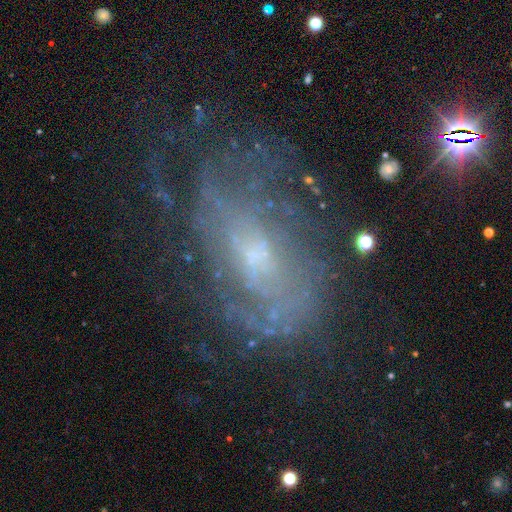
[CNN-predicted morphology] smooth-or-featured: featured or disk: 74% | smooth: 15% | star or artifact: 11%
  disk-edge-on: no: 94% | yes: 6%
    bar: no: 63% | weak: 31% | strong: 7%
    has-spiral-arms: yes: 73% | no: 27%
      spiral-winding: tight: 46% | medium: 35% | loose: 19%
      spiral-arm-count: can't tell: 55% | 2: 21% | 3: 8% | 1: 6% | 4: 6% | more than 4: 4%
    bulge-size: small: 62% | moderate: 30% | none: 5% | large: 2% | dominant: 1%
  merging: none: 59% | minor disturbance: 21% | major disturbance: 18% | merger: 2%